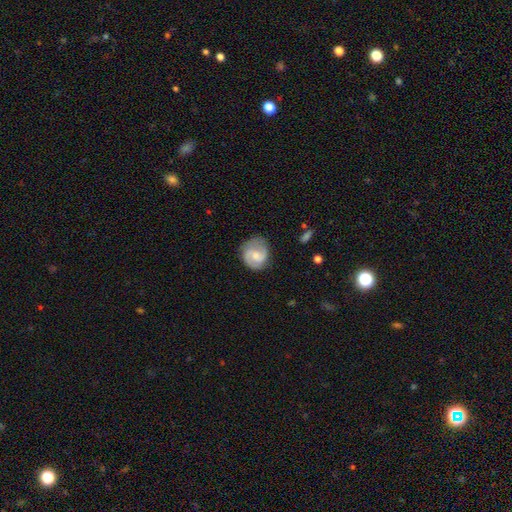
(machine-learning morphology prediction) This appears to be a featured or disk galaxy (70%) with a weak bar (51%), 2 (85%) medium (50%) spiral arms (94%) and a small central bulge (42%). Merging: none (73%).